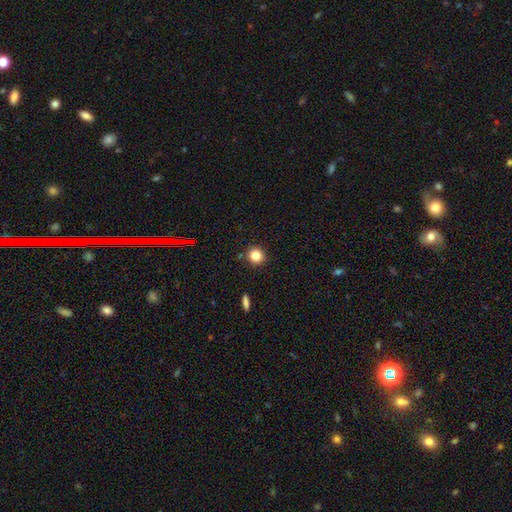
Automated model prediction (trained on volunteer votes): smooth-or-featured: smooth: 82% | star or artifact: 12% | featured or disk: 6%
  how-rounded: round: 92% | in between: 7% | cigar-shaped: 1%
  merging: none: 88% | minor disturbance: 7% | merger: 3% | major disturbance: 2%